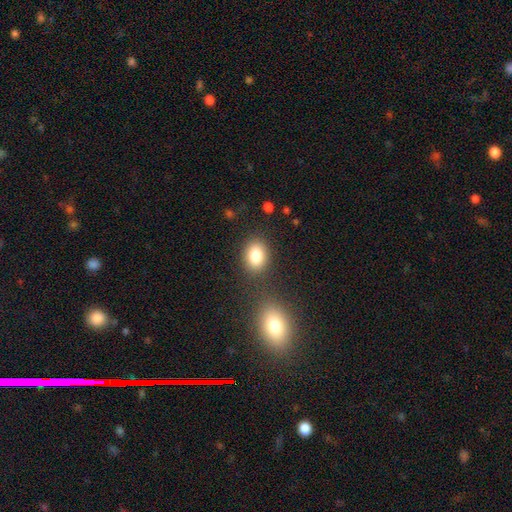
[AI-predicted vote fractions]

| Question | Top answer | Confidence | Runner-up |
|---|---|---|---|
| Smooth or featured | smooth | 83% | star or artifact (9%) |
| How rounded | in between | 65% | round (34%) |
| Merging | none | 80% | minor disturbance (10%) |